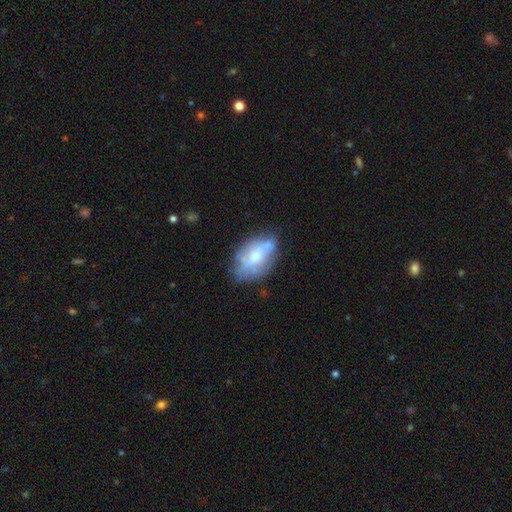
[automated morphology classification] Smooth or featured? Predicted: smooth (p=0.47). Merging? Predicted: none (p=0.49).